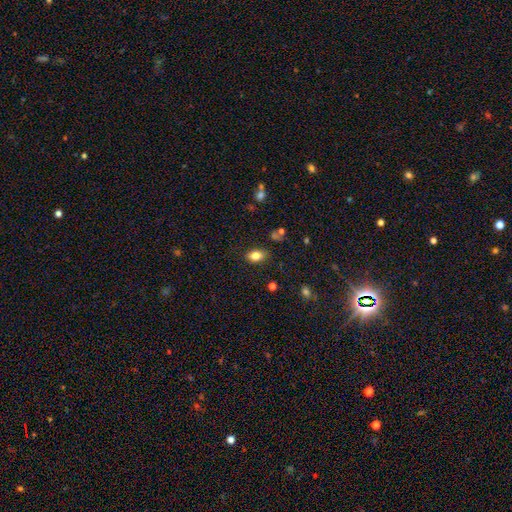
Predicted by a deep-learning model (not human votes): smooth-or-featured: smooth: 80% | featured or disk: 10% | star or artifact: 10%
  how-rounded: in between: 86% | round: 12% | cigar-shaped: 3%
  merging: none: 84% | minor disturbance: 12% | major disturbance: 3% | merger: 2%